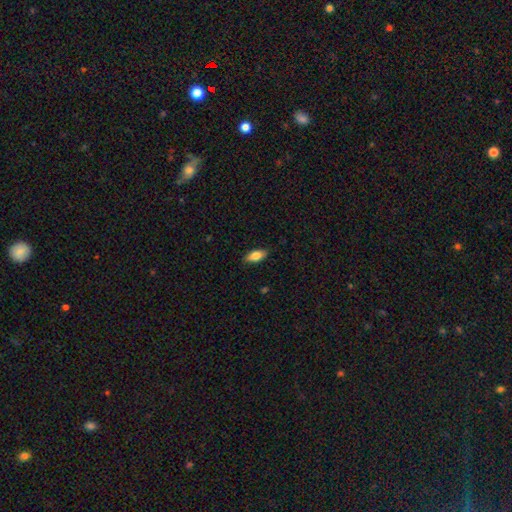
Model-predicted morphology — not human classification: The model was most divided on "smooth or featured": smooth: 80%, featured or disk: 13%, star or artifact: 7%. More confident: how rounded — in between (85%); merging — none (85%).